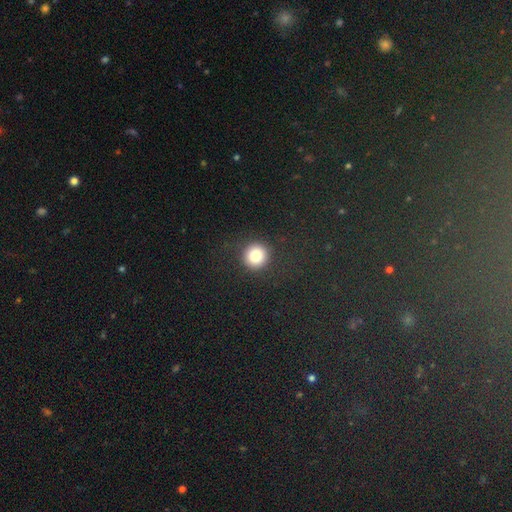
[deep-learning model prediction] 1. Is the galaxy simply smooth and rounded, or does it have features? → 83% smooth, 11% star or artifact, 6% featured or disk.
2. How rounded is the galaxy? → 93% round, 6% in between, 1% cigar-shaped.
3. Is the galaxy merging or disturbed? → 90% none, 6% minor disturbance, 3% major disturbance, 1% merger.